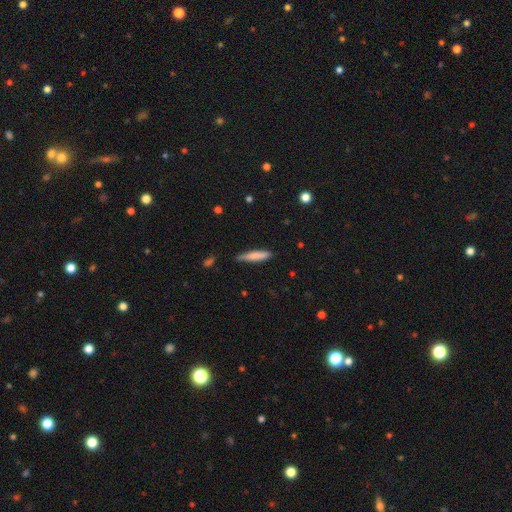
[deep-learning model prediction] The model was most divided on "smooth or featured": smooth: 76%, featured or disk: 18%, star or artifact: 6%. More confident: how rounded — cigar-shaped (87%); merging — none (78%).